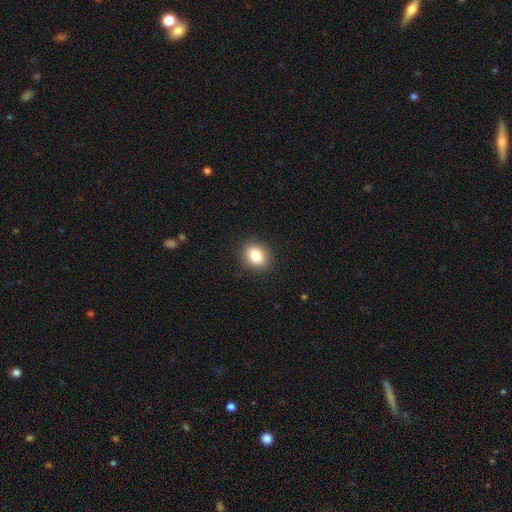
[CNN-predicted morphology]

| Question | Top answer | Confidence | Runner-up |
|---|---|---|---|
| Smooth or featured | smooth | 85% | star or artifact (9%) |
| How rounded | round | 50% | in between (49%) |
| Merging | none | 89% | minor disturbance (7%) |